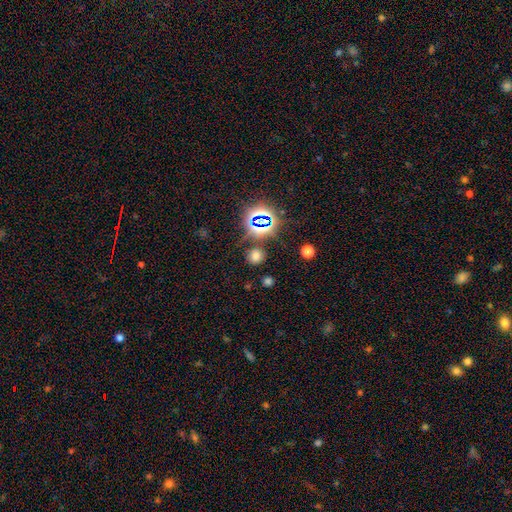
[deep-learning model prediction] Smooth or featured?
  - smooth: 63% *
  - star or artifact: 30%
  - featured or disk: 6%
How rounded?
  - round: 85% *
  - in between: 13%
  - cigar-shaped: 1%
Merging?
  - none: 84% *
  - minor disturbance: 9%
  - merger: 4%
  - major disturbance: 4%